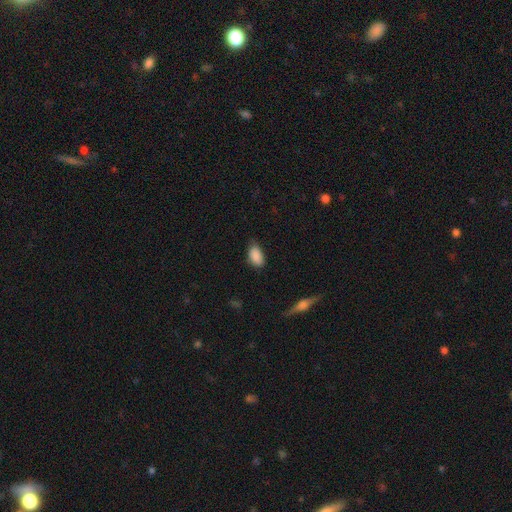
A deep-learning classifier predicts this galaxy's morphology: smooth-or-featured: smooth: 88% | star or artifact: 7% | featured or disk: 5%
  how-rounded: in between: 92% | round: 5% | cigar-shaped: 2%
  merging: none: 69% | minor disturbance: 26% | major disturbance: 4% | merger: 1%